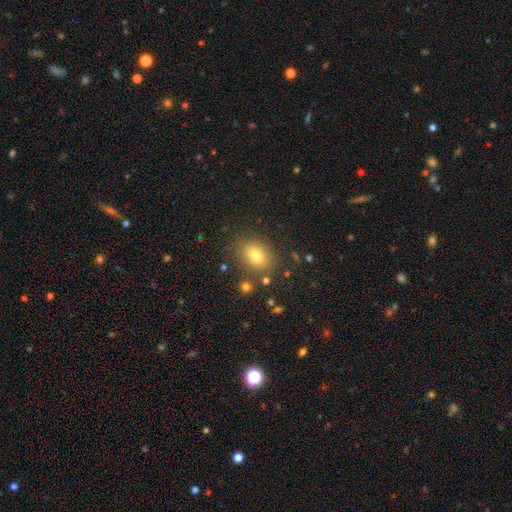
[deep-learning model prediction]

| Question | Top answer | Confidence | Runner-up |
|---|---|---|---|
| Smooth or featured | smooth | 78% | star or artifact (12%) |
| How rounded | in between | 70% | round (28%) |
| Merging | none | 82% | minor disturbance (11%) |